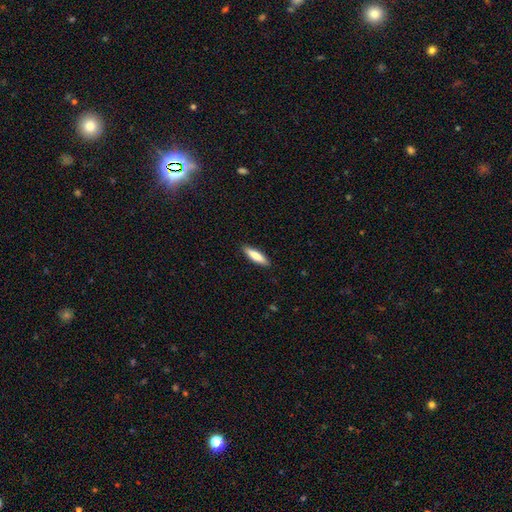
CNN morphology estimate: Smooth or featured? Predicted: smooth (p=0.80). How rounded? Predicted: cigar-shaped (p=0.68). Merging? Predicted: none (p=0.89).